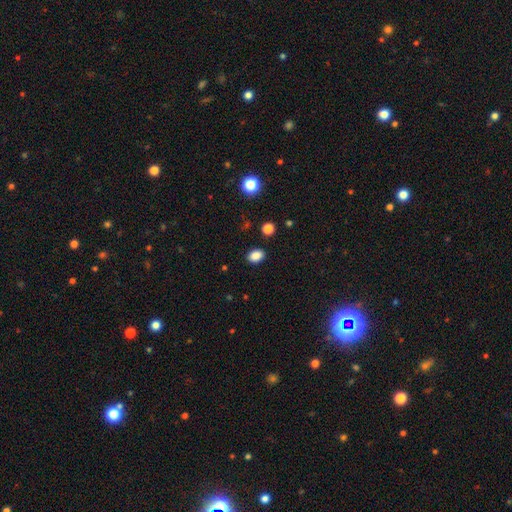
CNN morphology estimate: A smooth galaxy with no disk features (87%) that is in between round and cigar-shaped (77%). Merging: none (88%).